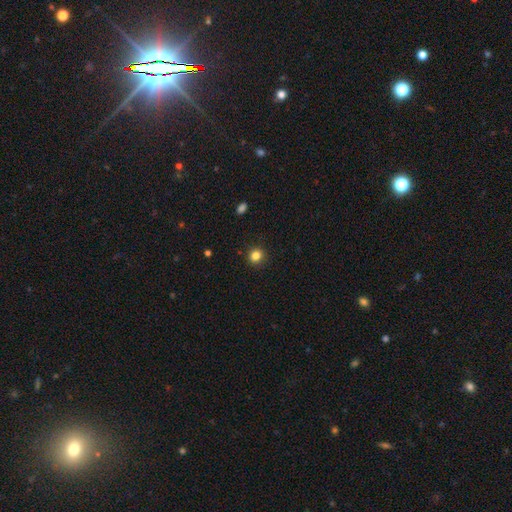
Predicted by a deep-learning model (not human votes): Smooth or featured? smooth (83%)
How rounded? round (89%)
Merging? none (91%)